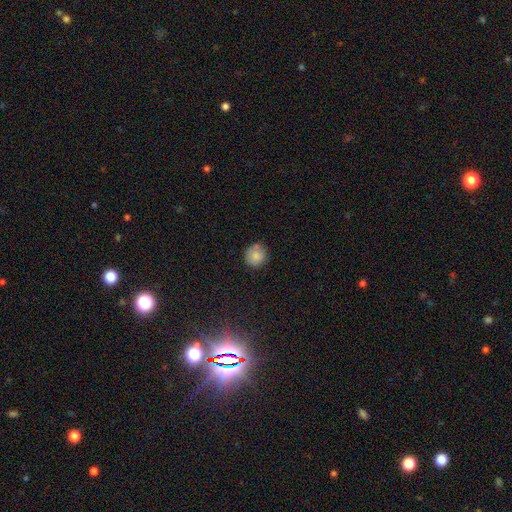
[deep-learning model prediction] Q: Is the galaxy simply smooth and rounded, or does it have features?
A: smooth — 83%.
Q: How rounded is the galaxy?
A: round — 89%.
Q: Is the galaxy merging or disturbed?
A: none — 74%.